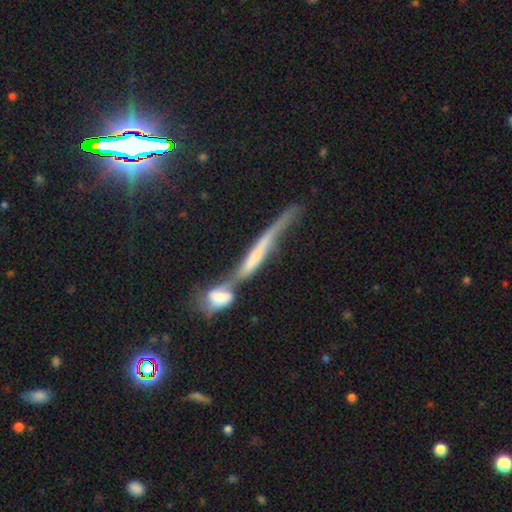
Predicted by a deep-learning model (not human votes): smooth_or_featured: featured or disk (p=0.58) [alt: smooth p=0.31]
disk_edge_on: yes (p=0.73) [alt: no p=0.27]
merging: merger (p=0.54) [alt: none p=0.24]